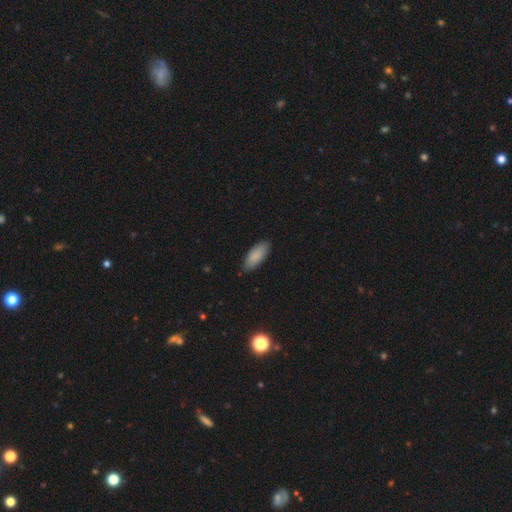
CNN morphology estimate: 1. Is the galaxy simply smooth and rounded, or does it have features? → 88% smooth, 6% featured or disk, 6% star or artifact.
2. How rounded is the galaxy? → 82% in between, 16% cigar-shaped, 2% round.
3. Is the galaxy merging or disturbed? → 82% none, 15% minor disturbance, 2% major disturbance, 1% merger.